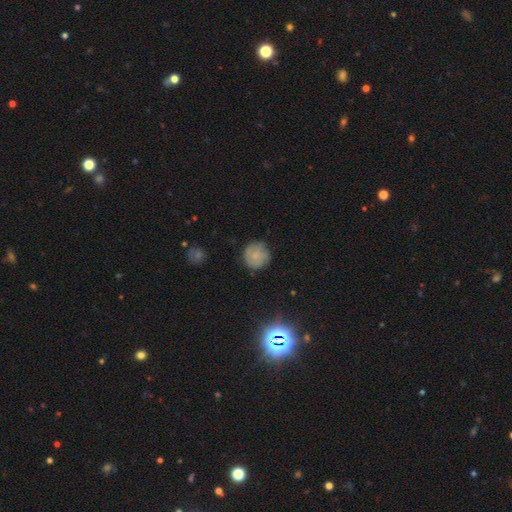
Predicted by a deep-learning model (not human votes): smooth-or-featured: smooth: 69% | featured or disk: 21% | star or artifact: 10%
  how-rounded: round: 92% | in between: 7% | cigar-shaped: 1%
  merging: none: 75% | minor disturbance: 19% | major disturbance: 5% | merger: 1%